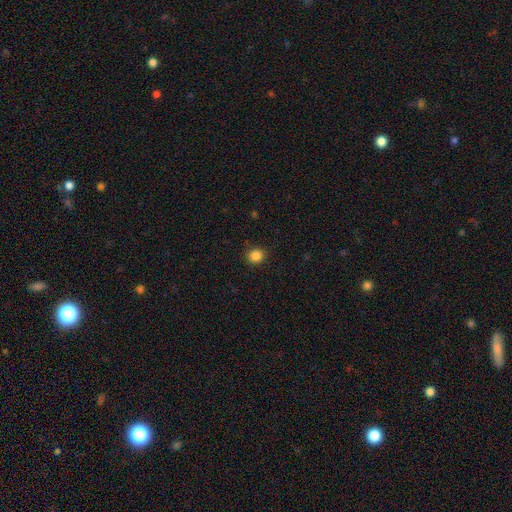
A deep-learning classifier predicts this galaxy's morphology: Overall: smooth (86%). How rounded: round (85%). Merging: none (90%).